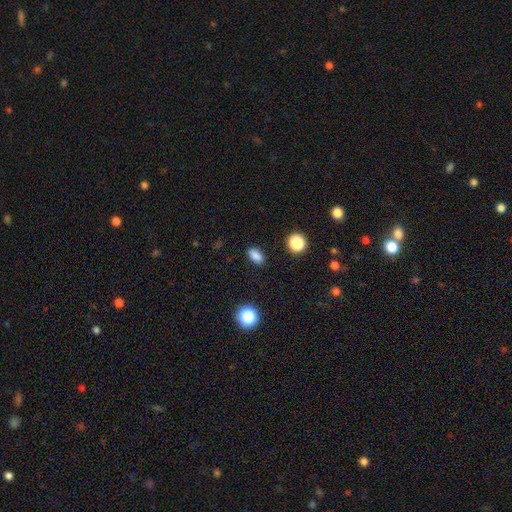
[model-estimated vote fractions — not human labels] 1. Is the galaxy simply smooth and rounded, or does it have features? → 85% smooth, 11% star or artifact, 4% featured or disk.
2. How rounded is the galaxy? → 85% in between, 11% round, 4% cigar-shaped.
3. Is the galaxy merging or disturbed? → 89% none, 8% minor disturbance, 2% major disturbance, 1% merger.